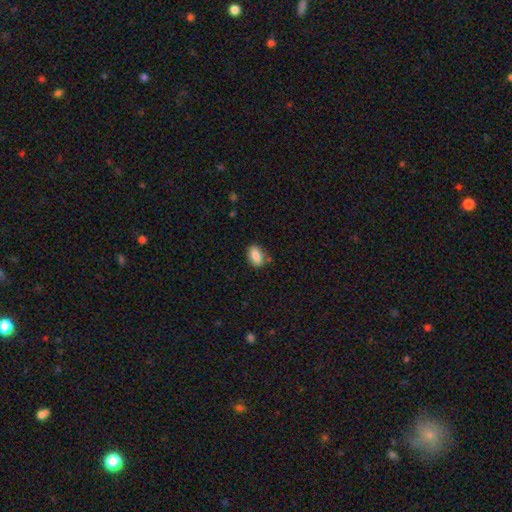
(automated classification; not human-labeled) Smooth or featured? smooth (85%)
How rounded? in between (86%)
Merging? none (75%)